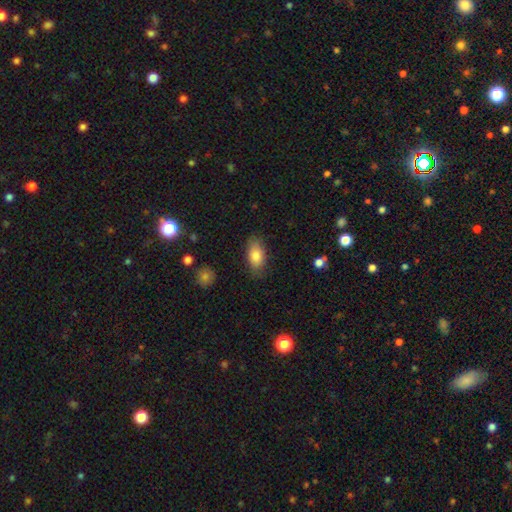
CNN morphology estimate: Q: Smooth or featured?
A: smooth (83%); runner-up: featured or disk (10%)
Q: How rounded?
A: in between (91%); runner-up: cigar-shaped (5%)
Q: Merging?
A: none (81%); runner-up: minor disturbance (15%)